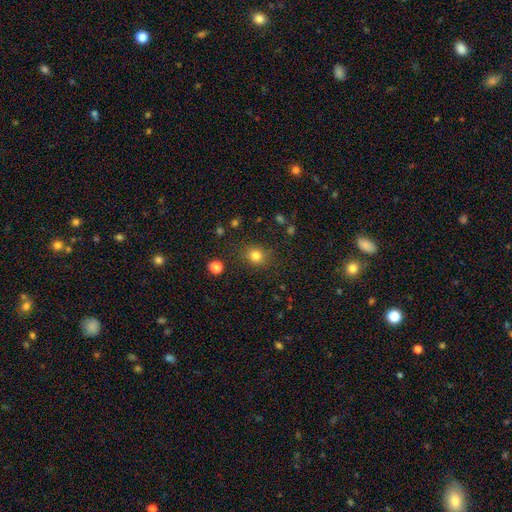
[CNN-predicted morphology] smooth 80%, star or artifact 14%, featured or disk 6%. Down the decision tree: how rounded — round (78%); merging — none (85%).